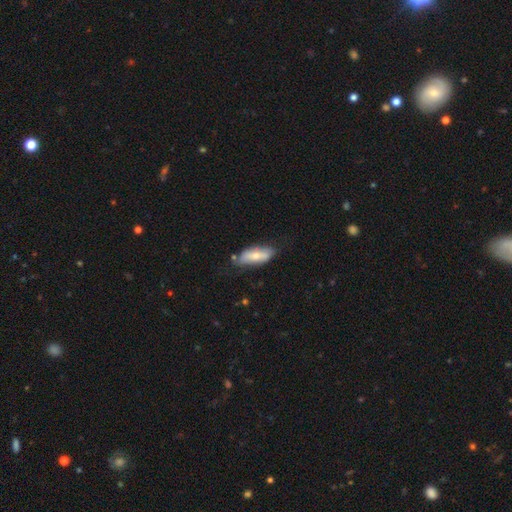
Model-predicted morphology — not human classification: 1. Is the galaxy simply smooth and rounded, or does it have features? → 60% smooth, 34% featured or disk, 6% star or artifact.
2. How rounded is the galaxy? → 72% in between, 26% cigar-shaped, 2% round.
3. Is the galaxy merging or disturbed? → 66% none, 24% minor disturbance, 5% major disturbance, 4% merger.